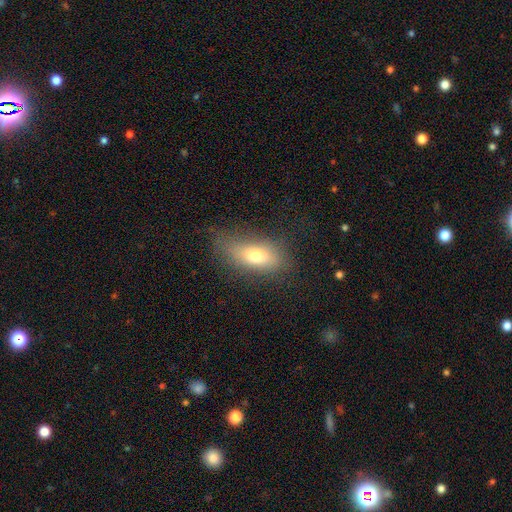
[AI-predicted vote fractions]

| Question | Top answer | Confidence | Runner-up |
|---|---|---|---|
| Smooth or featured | smooth | 72% | featured or disk (18%) |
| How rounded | in between | 81% | cigar-shaped (12%) |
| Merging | none | 66% | minor disturbance (22%) |